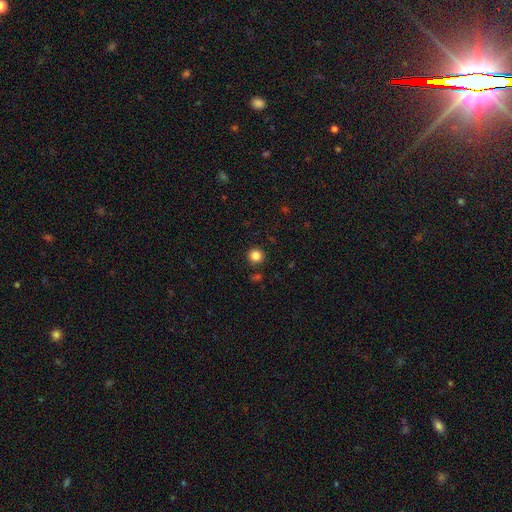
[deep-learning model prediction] The model was most divided on "smooth or featured": smooth: 85%, star or artifact: 12%, featured or disk: 4%. More confident: how rounded — round (94%); merging — none (89%).